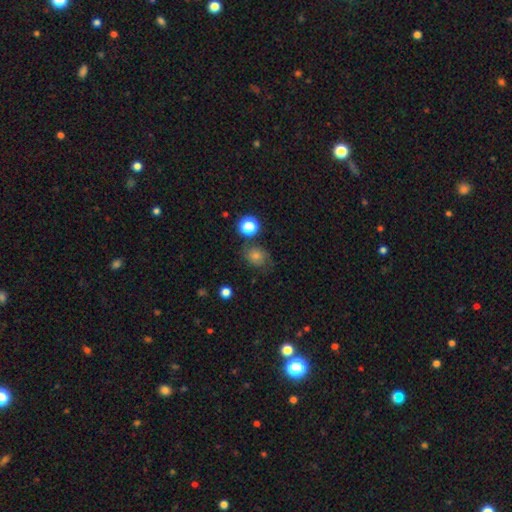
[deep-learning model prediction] Smooth or featured? smooth (56%)
How rounded? round (65%)
Merging? none (70%)